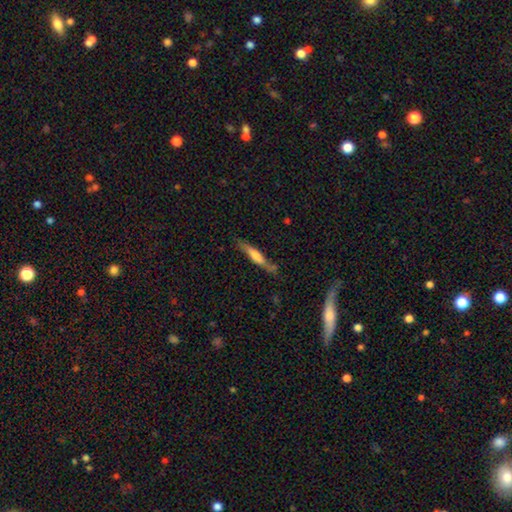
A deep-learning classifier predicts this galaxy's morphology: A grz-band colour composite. It shows a smooth galaxy with no disk features (52%) that is cigar-shaped (89%). Merging: none (70%).